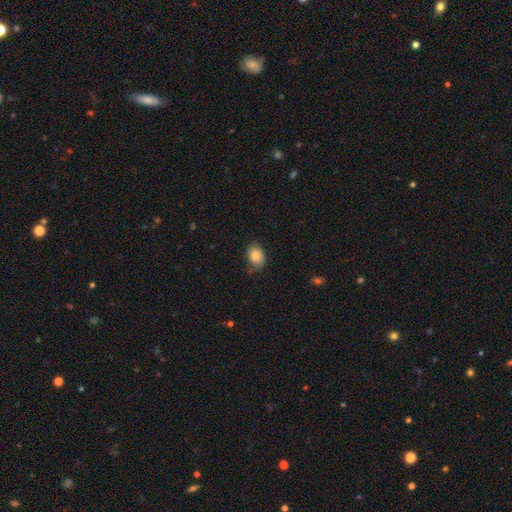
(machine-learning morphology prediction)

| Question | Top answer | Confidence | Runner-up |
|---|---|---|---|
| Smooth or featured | smooth | 85% | star or artifact (8%) |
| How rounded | in between | 60% | round (39%) |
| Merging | none | 70% | minor disturbance (23%) |